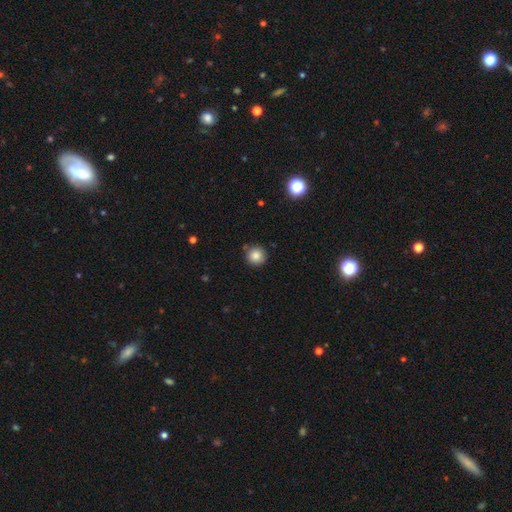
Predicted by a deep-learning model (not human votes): smooth 85%, star or artifact 10%, featured or disk 5%. Down the decision tree: how rounded — round (95%); merging — none (86%).